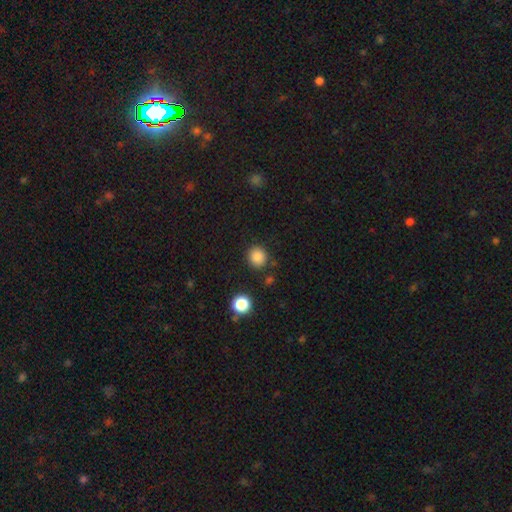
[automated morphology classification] smooth_or_featured: smooth (p=0.85) [alt: star or artifact p=0.11]
how_rounded: round (p=0.88) [alt: in between p=0.11]
merging: none (p=0.87) [alt: minor disturbance p=0.08]